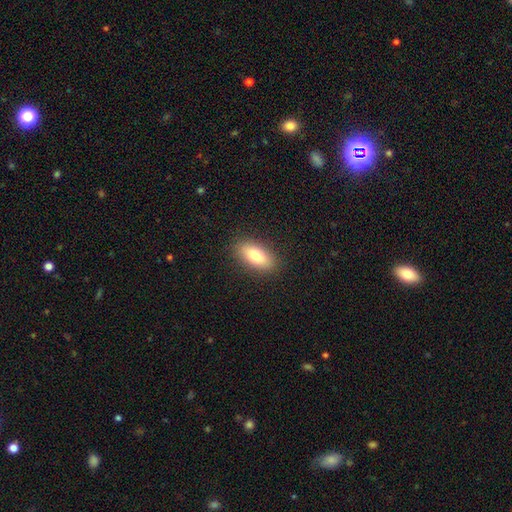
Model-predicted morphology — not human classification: Smooth or featured? Predicted: smooth (p=0.78). How rounded? Predicted: in between (p=0.85). Merging? Predicted: none (p=0.88).